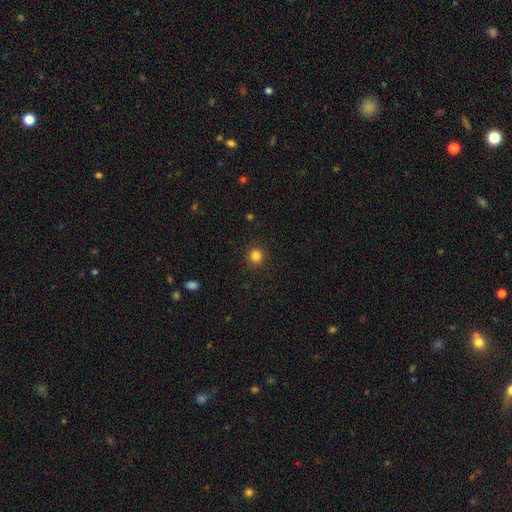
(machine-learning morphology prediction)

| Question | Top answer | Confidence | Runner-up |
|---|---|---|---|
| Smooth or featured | smooth | 84% | star or artifact (12%) |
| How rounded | round | 93% | in between (6%) |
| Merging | none | 91% | minor disturbance (6%) |